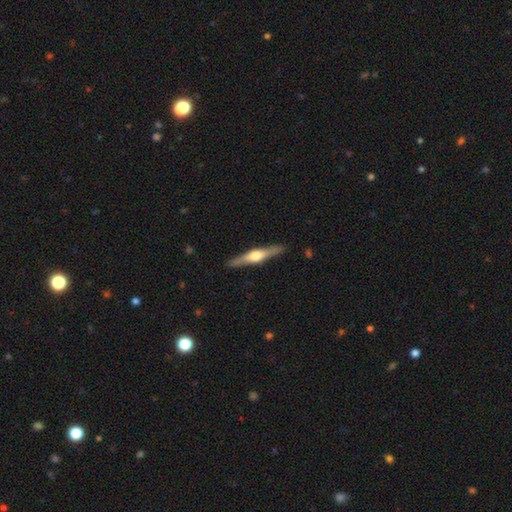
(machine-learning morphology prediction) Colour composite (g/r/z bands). It shows a featured or disk galaxy (70%) viewed edge-on (97%) with a rounded central bulge (92%). Merging: none (90%).